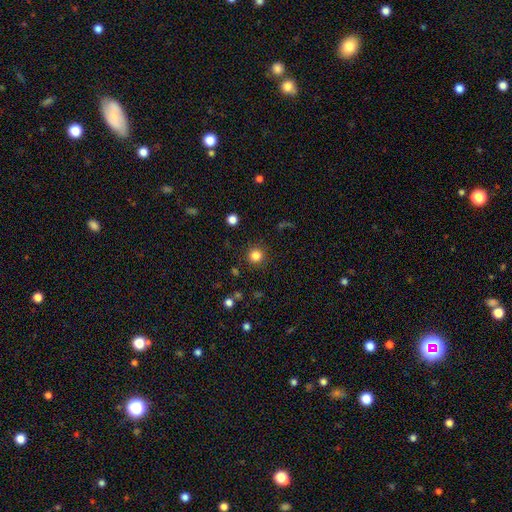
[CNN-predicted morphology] Smooth or featured? smooth (83%)
How rounded? round (94%)
Merging? none (89%)